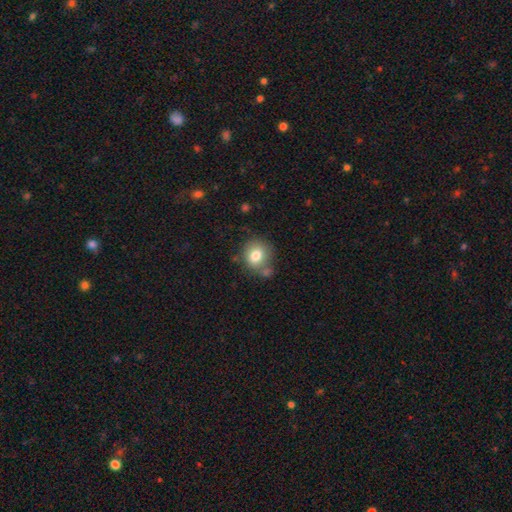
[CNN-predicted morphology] Smooth or featured? smooth (79%)
How rounded? round (74%)
Merging? none (64%)